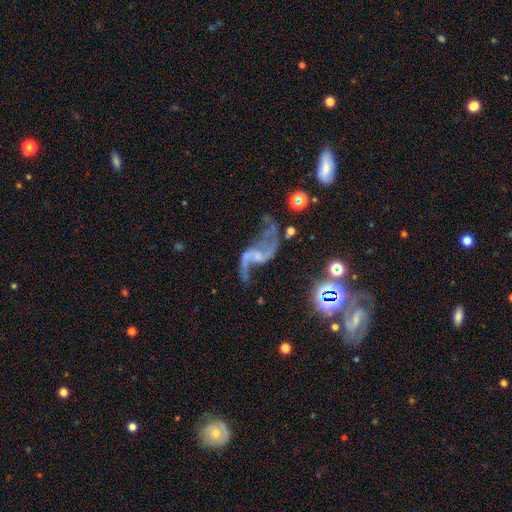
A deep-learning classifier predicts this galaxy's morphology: Smooth or featured?
  - featured or disk: 85% *
  - star or artifact: 9%
  - smooth: 5%
Edge-on disk?
  - no: 97% *
  - yes: 3%
Bar?
  - no: 48% *
  - weak: 38%
  - strong: 14%
Spiral arms?
  - yes: 93% *
  - no: 7%
Spiral winding?
  - loose: 89% *
  - medium: 9%
  - tight: 2%
Spiral arm count?
  - 2: 91% *
  - 1: 3%
  - can't tell: 2%
  - 3: 1%
  - 4: 1%
  - more than 4: 1%
Bulge size?
  - small: 53% *
  - none: 26%
  - moderate: 17%
  - large: 2%
  - dominant: 1%
Merging?
  - none: 46% *
  - major disturbance: 26%
  - minor disturbance: 17%
  - merger: 11%